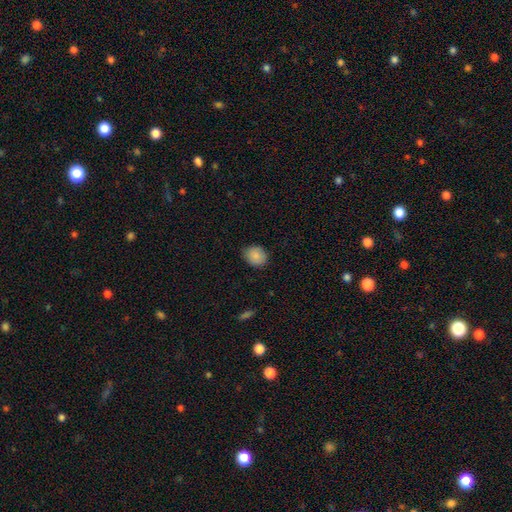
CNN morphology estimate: This is clearly a smooth galaxy (87%). How rounded: likely round (67%). Merging: clearly none (83%).